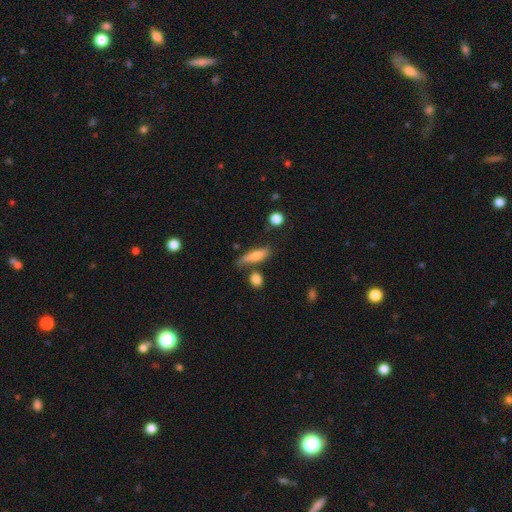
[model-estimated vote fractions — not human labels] Morphology: type=smooth (67%); roundness=cigar-shaped (63%); merging=none (62%).